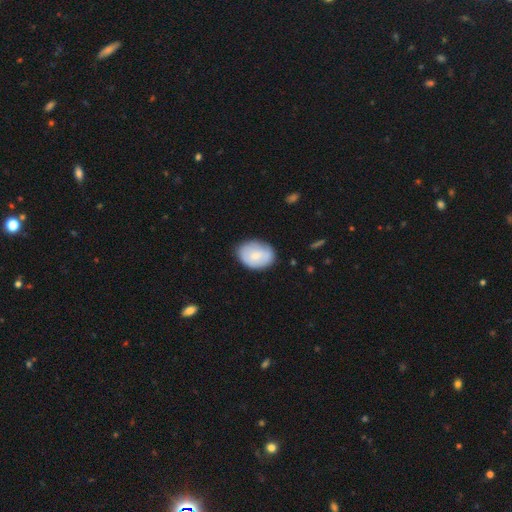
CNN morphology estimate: This is likely a smooth galaxy (72%). How rounded: likely in between (75%). Merging: likely none (77%).